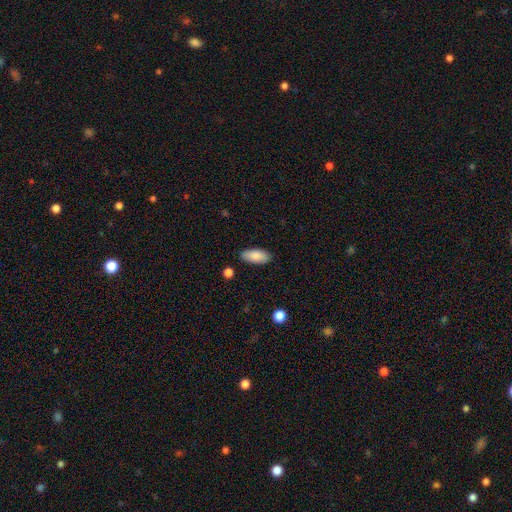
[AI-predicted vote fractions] smooth_or_featured: smooth (p=0.87) [alt: featured or disk p=0.07]
how_rounded: in between (p=0.88) [alt: cigar-shaped p=0.10]
merging: none (p=0.86) [alt: minor disturbance p=0.10]